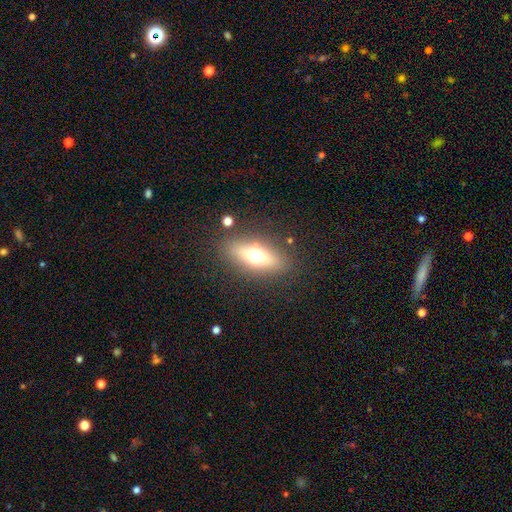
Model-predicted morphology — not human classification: Smooth or featured? Predicted: smooth (p=0.52). How rounded? Predicted: in between (p=0.63). Merging? Predicted: none (p=0.84).